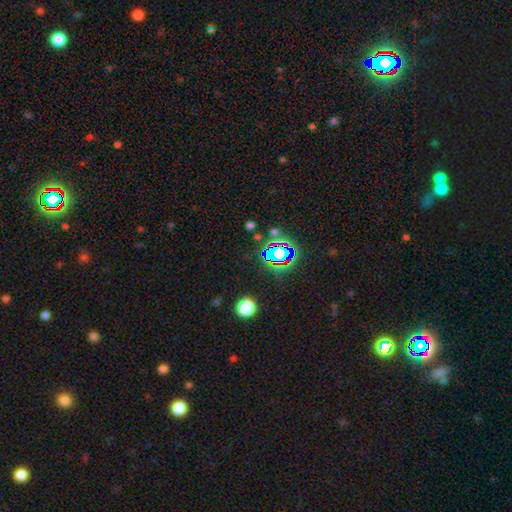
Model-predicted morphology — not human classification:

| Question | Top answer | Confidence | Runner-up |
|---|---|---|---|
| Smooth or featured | star or artifact | 78% | smooth (14%) |